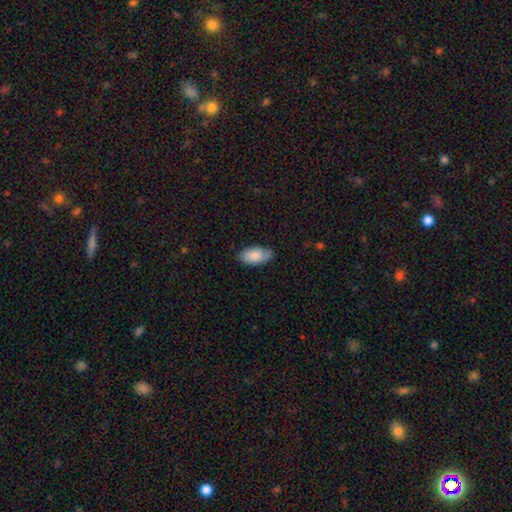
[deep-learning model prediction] smooth 83%, featured or disk 11%, star or artifact 6%. Down the decision tree: how rounded — in between (95%); merging — none (74%).